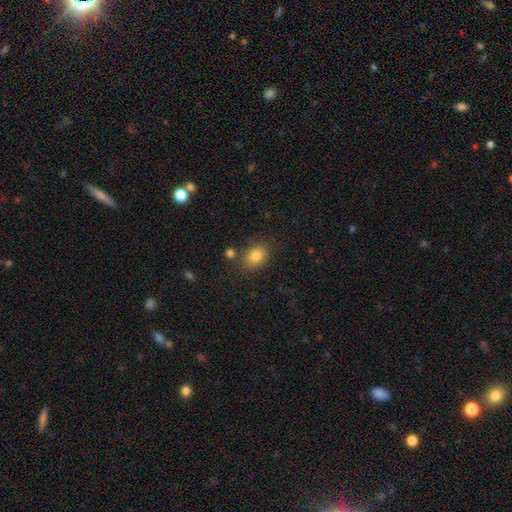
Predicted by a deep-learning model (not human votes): Q: Smooth or featured?
A: smooth (83%); runner-up: star or artifact (10%)
Q: How rounded?
A: in between (66%); runner-up: round (33%)
Q: Merging?
A: none (76%); runner-up: minor disturbance (13%)